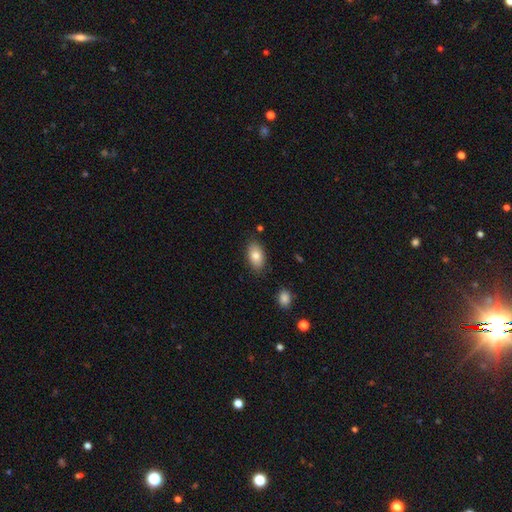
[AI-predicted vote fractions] smooth-or-featured: smooth: 81% | featured or disk: 12% | star or artifact: 7%
  how-rounded: in between: 92% | round: 6% | cigar-shaped: 2%
  merging: none: 83% | minor disturbance: 12% | major disturbance: 3% | merger: 2%